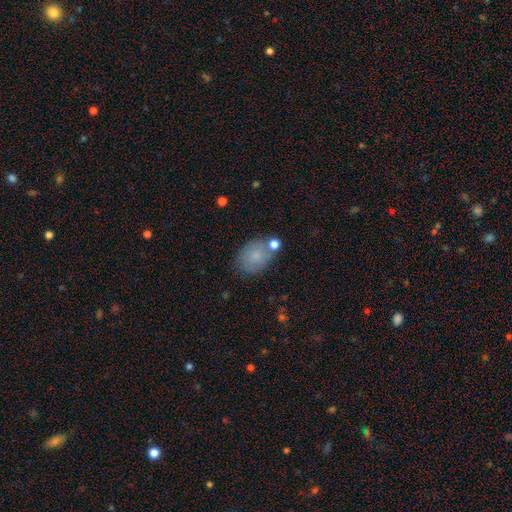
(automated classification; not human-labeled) Smooth or featured?
  - smooth: 72% *
  - featured or disk: 20%
  - star or artifact: 9%
How rounded?
  - in between: 76% *
  - round: 22%
  - cigar-shaped: 1%
Merging?
  - none: 63% *
  - minor disturbance: 19%
  - merger: 12%
  - major disturbance: 6%